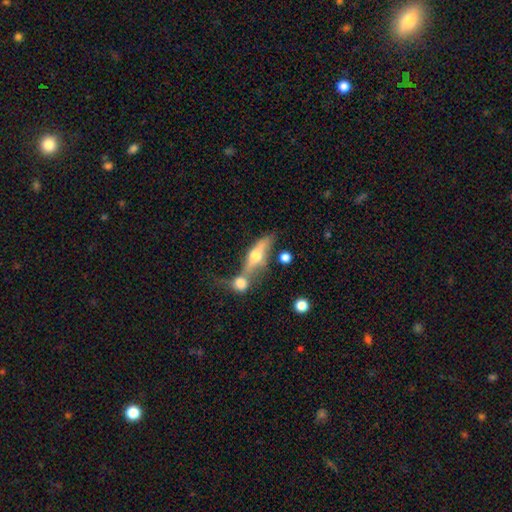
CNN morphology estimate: A featured or disk galaxy (53%) viewed edge-on (76%). Merging: merger (44%).